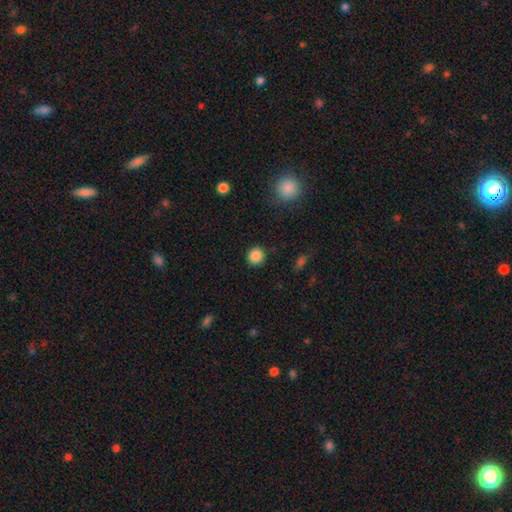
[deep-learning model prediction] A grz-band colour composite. It shows a smooth galaxy with no disk features (86%) that is round (93%). Merging: none (90%).